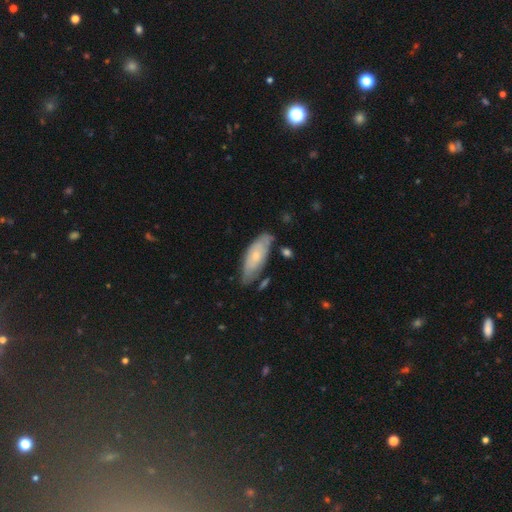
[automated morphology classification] A smooth galaxy with no disk features (53%) that is in between round and cigar-shaped (73%). Merging: none (66%).